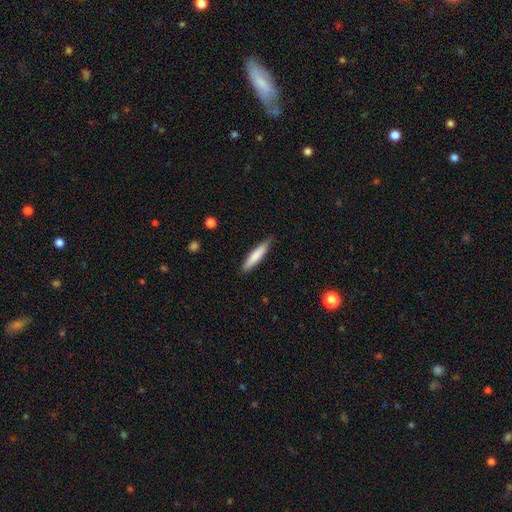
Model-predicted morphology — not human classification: type=smooth (78%); roundness=cigar-shaped (86%); merging=none (83%).